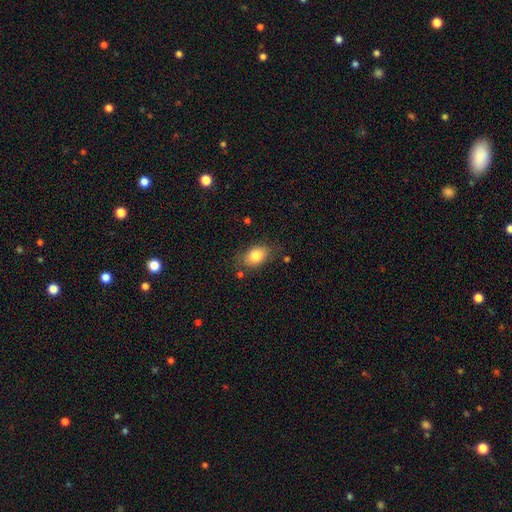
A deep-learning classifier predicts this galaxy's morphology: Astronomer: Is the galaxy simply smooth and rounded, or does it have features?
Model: smooth — 81%.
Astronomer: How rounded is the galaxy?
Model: in between — 83%.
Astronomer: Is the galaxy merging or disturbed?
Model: none — 76%.